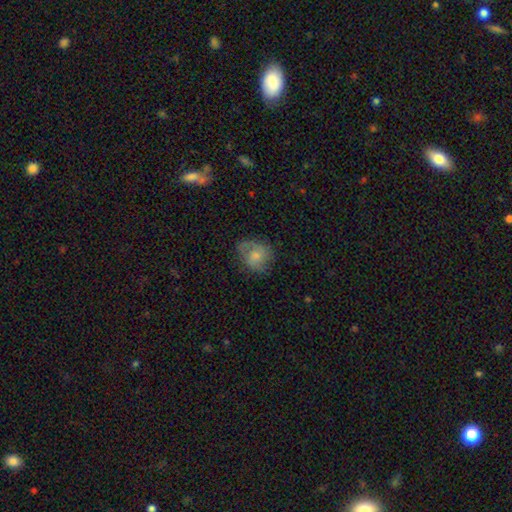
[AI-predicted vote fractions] Smooth or featured? smooth (49%)
Merging? none (61%)